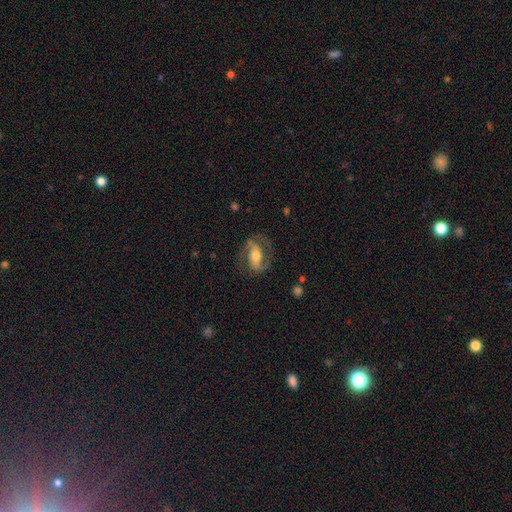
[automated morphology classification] Smooth or featured? featured or disk (80%)
Edge-on disk? no (96%)
Bar? strong (44%)
Spiral arms? yes (91%)
Spiral winding? medium (54%)
Spiral arm count? 2 (89%)
Bulge size? moderate (65%)
Merging? none (75%)